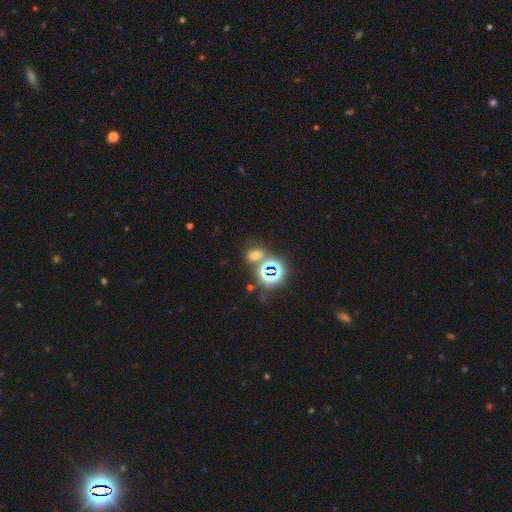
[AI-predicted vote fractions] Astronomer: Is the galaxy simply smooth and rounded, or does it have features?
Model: star or artifact — 48% (runner-up: smooth, 41%).